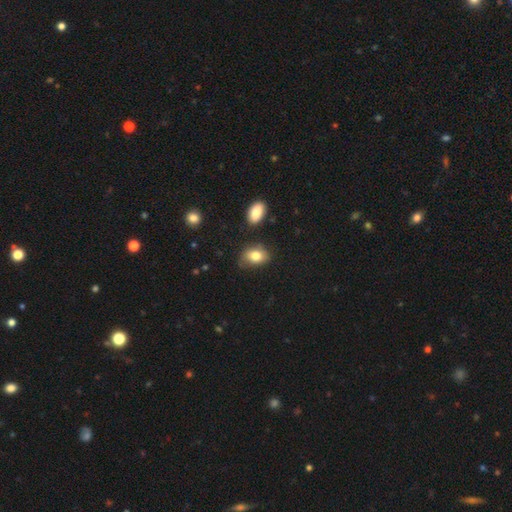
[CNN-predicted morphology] A smooth galaxy with no disk features (81%) that is in between round and cigar-shaped (78%). Merging: none (68%).